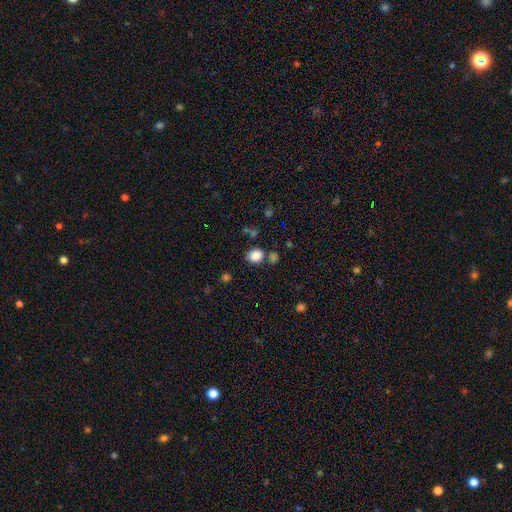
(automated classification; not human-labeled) smooth-or-featured: smooth: 85% | star or artifact: 12% | featured or disk: 4%
  how-rounded: round: 64% | in between: 35% | cigar-shaped: 1%
  merging: none: 75% | minor disturbance: 11% | merger: 10% | major disturbance: 4%